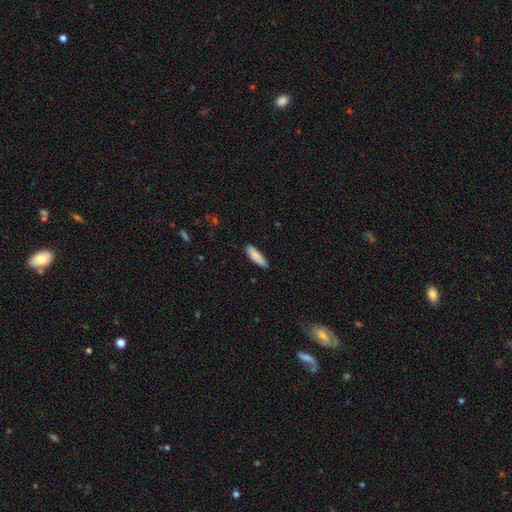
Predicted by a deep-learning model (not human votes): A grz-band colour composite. It shows a smooth galaxy with no disk features (87%) that is cigar-shaped (55%). Merging: none (83%).